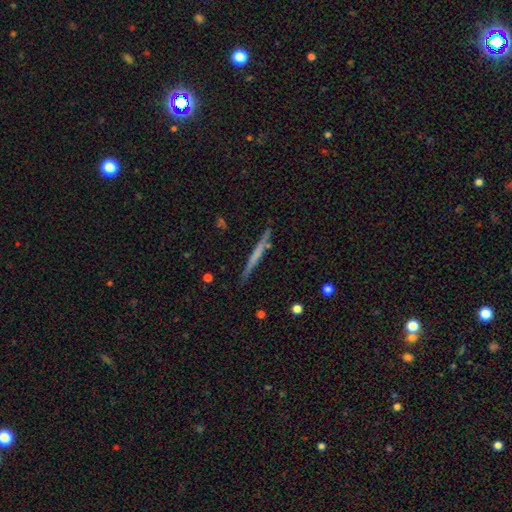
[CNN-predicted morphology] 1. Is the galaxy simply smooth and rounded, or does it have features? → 51% featured or disk, 44% smooth, 6% star or artifact.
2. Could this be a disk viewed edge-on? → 97% yes, 3% no.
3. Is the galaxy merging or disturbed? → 88% none, 8% minor disturbance, 2% merger, 2% major disturbance.